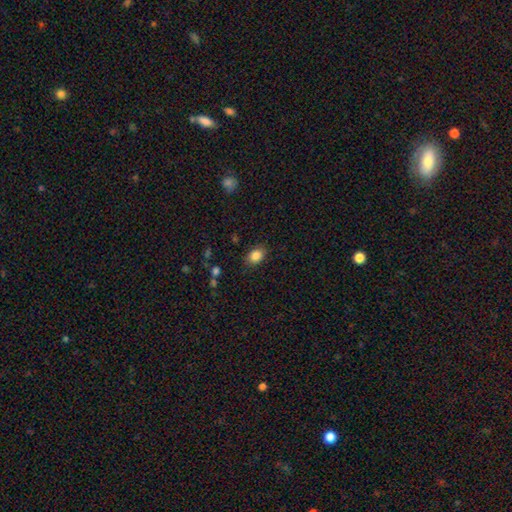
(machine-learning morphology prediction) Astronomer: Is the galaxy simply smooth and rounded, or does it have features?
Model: smooth — 85%.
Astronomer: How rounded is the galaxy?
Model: in between — 70%.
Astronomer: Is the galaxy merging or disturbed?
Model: none — 85%.